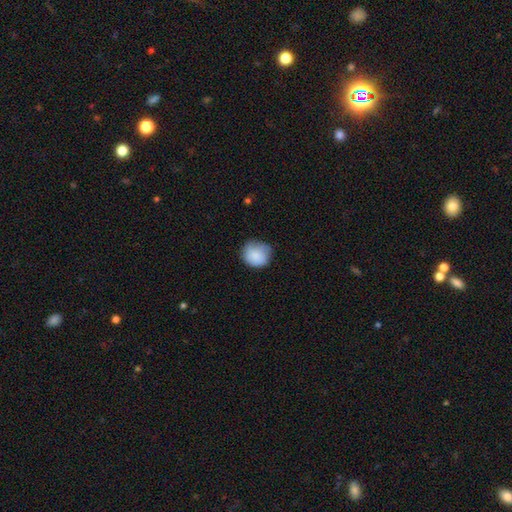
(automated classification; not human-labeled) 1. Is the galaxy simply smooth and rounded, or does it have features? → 85% smooth, 8% featured or disk, 7% star or artifact.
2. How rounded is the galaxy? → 83% round, 16% in between, 1% cigar-shaped.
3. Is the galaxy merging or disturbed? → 63% none, 30% minor disturbance, 6% major disturbance, 1% merger.